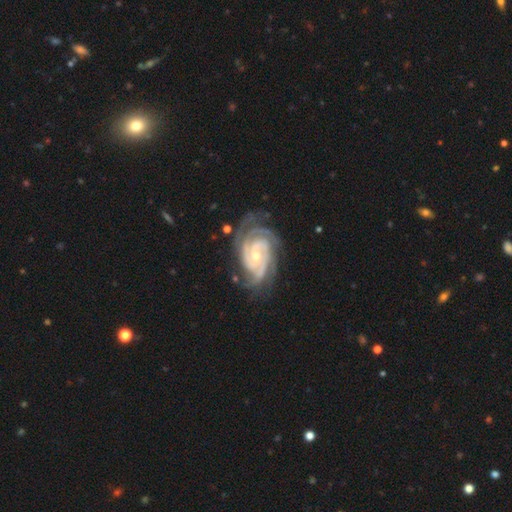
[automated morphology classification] Overall: featured or disk (92%). Edge-on disk: no (97%). Bar: no (57%; weak 30%). Spiral arms: yes (99%). Spiral arm count: 3 (36%; 4 20%). Spiral winding: tight (75%). Bulge size: small (58%; moderate 39%). Merging: none (70%).